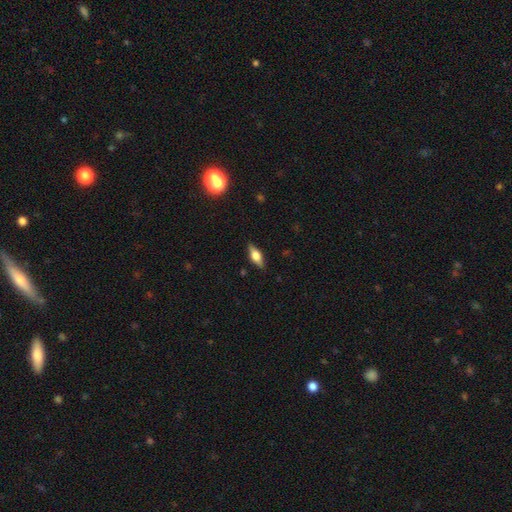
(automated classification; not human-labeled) A smooth galaxy with no disk features (47%). Merging: none (86%).